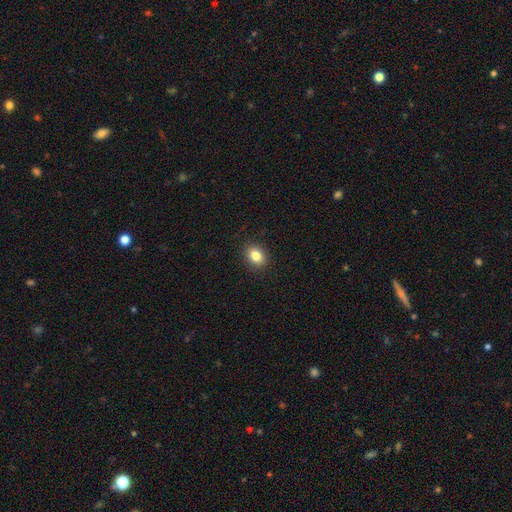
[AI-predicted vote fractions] Smooth or featured?
  - smooth: 83% *
  - star or artifact: 10%
  - featured or disk: 7%
How rounded?
  - in between: 61% *
  - round: 38%
  - cigar-shaped: 1%
Merging?
  - none: 90% *
  - minor disturbance: 7%
  - major disturbance: 2%
  - merger: 1%